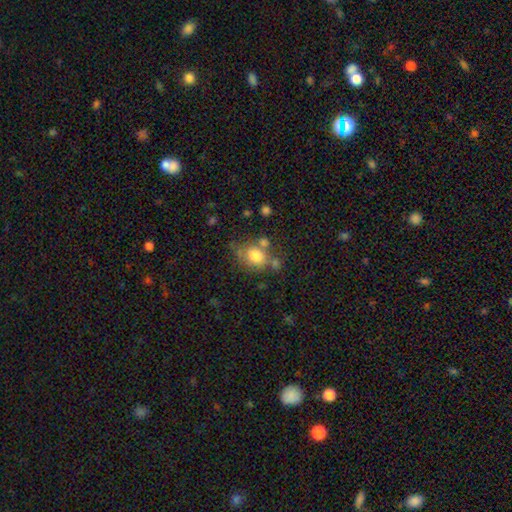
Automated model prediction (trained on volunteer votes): Q: Smooth or featured?
A: smooth (75%); runner-up: featured or disk (14%)
Q: How rounded?
A: in between (52%); runner-up: round (46%)
Q: Merging?
A: none (52%); runner-up: minor disturbance (20%)